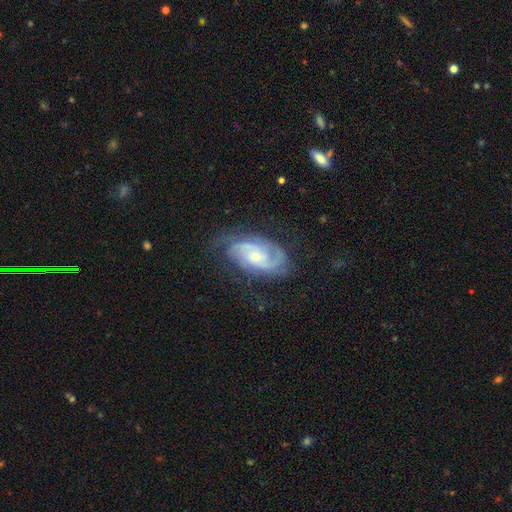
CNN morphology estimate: Smooth or featured? Predicted: featured or disk (p=0.88). Edge-on disk? Predicted: no (p=0.96). Bar? Predicted: no (p=0.64). Spiral arms? Predicted: yes (p=0.97). Spiral winding? Predicted: tight (p=0.57). Spiral arm count? Predicted: 2 (p=0.49). Bulge size? Predicted: small (p=0.66). Merging? Predicted: none (p=0.73).